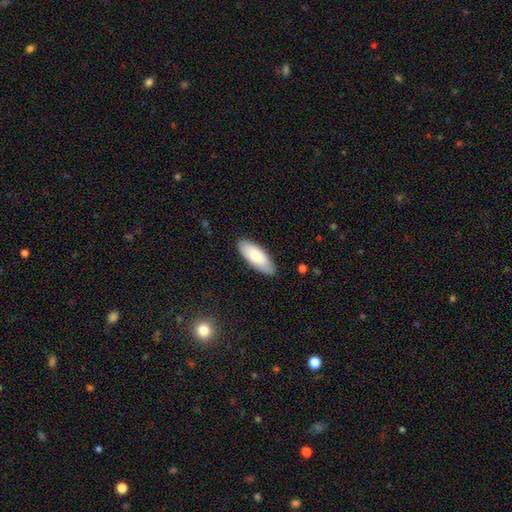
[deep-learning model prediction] The model was most divided on "how rounded": in between: 78%, cigar-shaped: 20%, round: 2%. More confident: merging — none (87%); smooth or featured — smooth (84%).